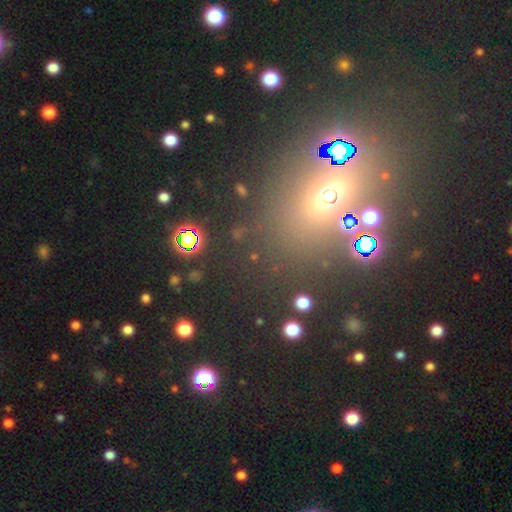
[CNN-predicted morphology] star or artifact 53%, smooth 35%, featured or disk 13%.